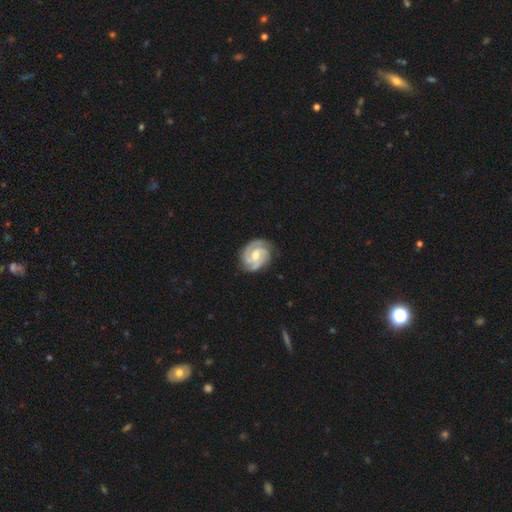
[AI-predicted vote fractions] Smooth or featured?
  - featured or disk: 90% *
  - smooth: 6%
  - star or artifact: 4%
Edge-on disk?
  - no: 98% *
  - yes: 2%
Bar?
  - no: 45% *
  - weak: 43%
  - strong: 12%
Spiral arms?
  - yes: 98% *
  - no: 2%
Spiral winding?
  - tight: 61% *
  - medium: 34%
  - loose: 5%
Spiral arm count?
  - 3: 42% *
  - 2: 40%
  - can't tell: 7%
  - 4: 4%
  - 1: 3%
  - more than 4: 3%
Bulge size?
  - moderate: 66% *
  - small: 29%
  - large: 3%
  - none: 2%
  - dominant: 1%
Merging?
  - none: 81% *
  - minor disturbance: 14%
  - major disturbance: 3%
  - merger: 1%